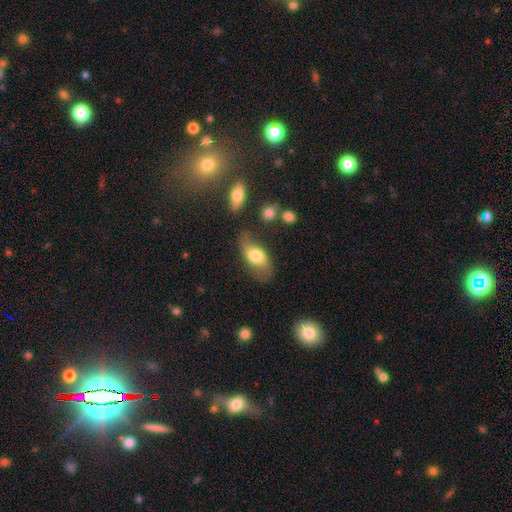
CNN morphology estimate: Smooth or featured: smooth — 57% (featured or disk — 36%)
How rounded: in between — 89% (round — 7%)
Merging: none — 59% (minor disturbance — 25%)